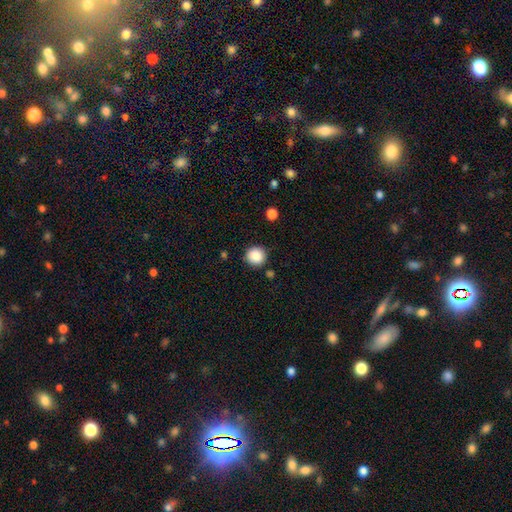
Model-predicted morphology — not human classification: This appears to be a smooth galaxy with no disk features (87%) that is round (92%). Merging: none (86%).